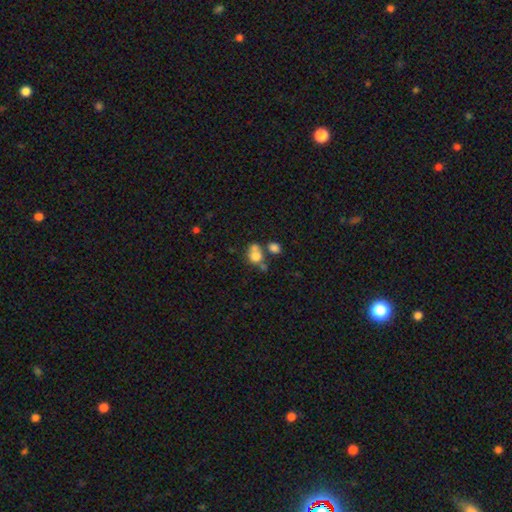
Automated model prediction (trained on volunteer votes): Smooth or featured? Predicted: smooth (p=0.72). How rounded? Predicted: round (p=0.61). Merging? Predicted: merger (p=0.48).